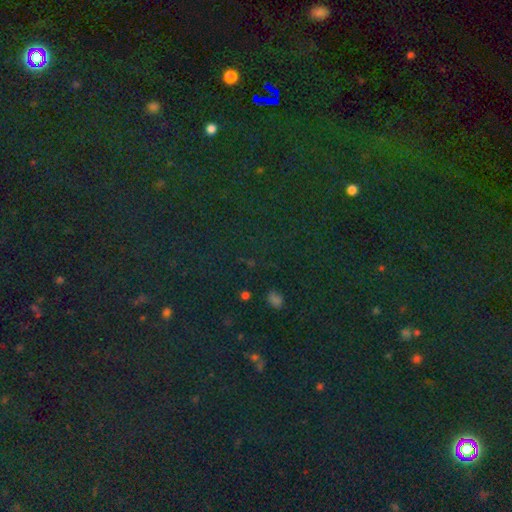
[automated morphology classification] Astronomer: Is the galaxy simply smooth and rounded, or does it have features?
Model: star or artifact — 80%.